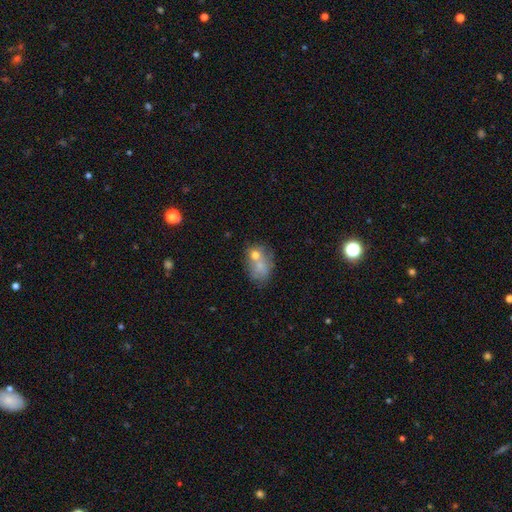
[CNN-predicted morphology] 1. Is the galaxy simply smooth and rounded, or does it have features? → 61% smooth, 28% featured or disk, 11% star or artifact.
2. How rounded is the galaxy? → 64% in between, 34% round, 1% cigar-shaped.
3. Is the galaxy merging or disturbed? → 42% merger, 33% none, 15% minor disturbance, 9% major disturbance.